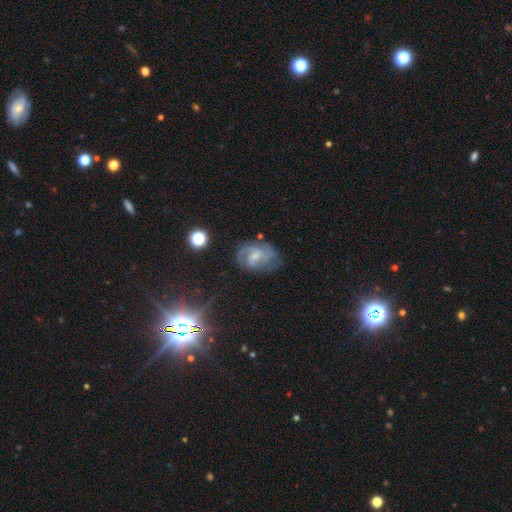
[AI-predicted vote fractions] This is likely a featured or disk galaxy (76%). It is clearly not viewed edge-on (97%). Bar: possibly weak (52%). Spiral arm pattern: clearly yes (92%). Spiral arm count: possibly 2 (47%). Spiral winding: possibly medium (47%). Central bulge: possibly small (59%). Merging: possibly none (60%).